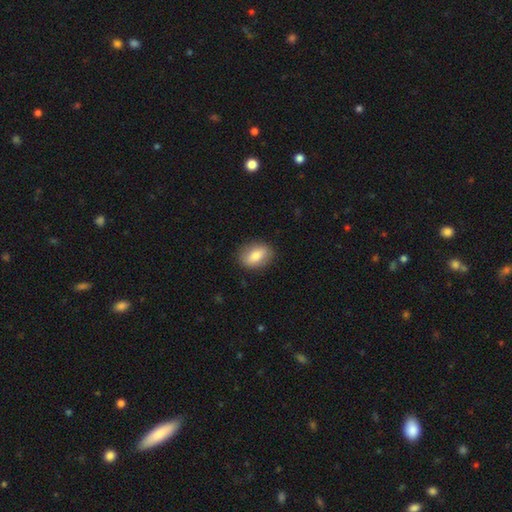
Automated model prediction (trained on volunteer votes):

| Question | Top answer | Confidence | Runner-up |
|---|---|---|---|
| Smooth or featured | smooth | 75% | featured or disk (18%) |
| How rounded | in between | 77% | round (20%) |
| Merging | none | 86% | minor disturbance (10%) |